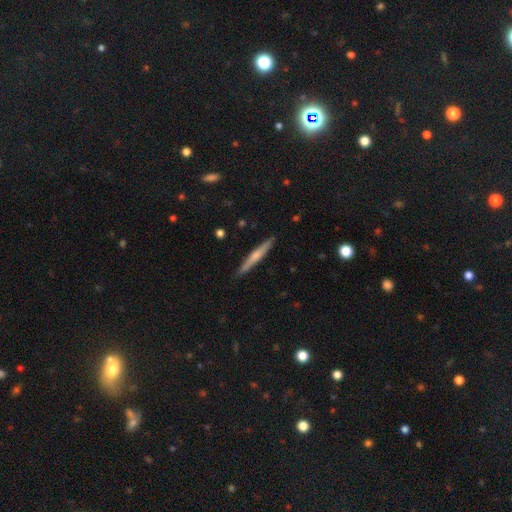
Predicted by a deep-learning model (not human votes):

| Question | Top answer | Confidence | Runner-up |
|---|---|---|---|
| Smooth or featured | featured or disk | 49% | smooth (45%) |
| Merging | none | 89% | minor disturbance (8%) |